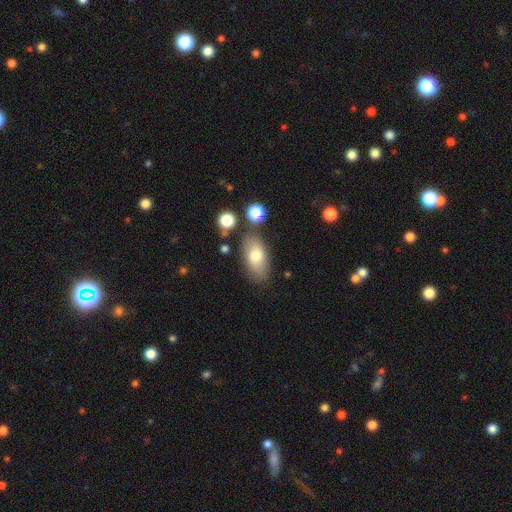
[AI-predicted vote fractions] This is likely a smooth galaxy (73%). How rounded: clearly in between (90%). Merging: likely none (76%).